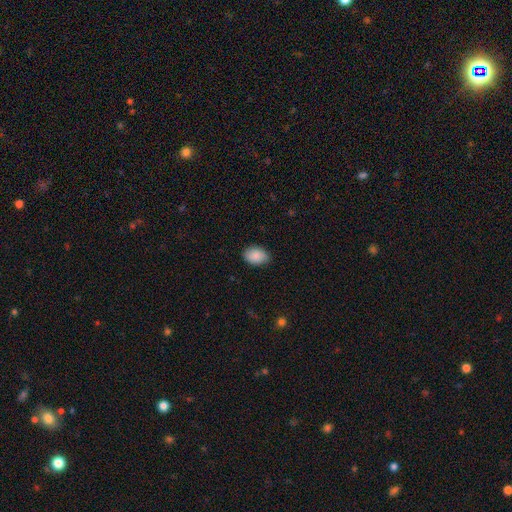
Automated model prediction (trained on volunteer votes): A smooth galaxy with no disk features (89%) that is in between round and cigar-shaped (86%).

Vote fractions:
- Smooth or featured? smooth: 89% / star or artifact: 7% / featured or disk: 4%
- How rounded? in between: 86% / round: 13% / cigar-shaped: 1%
- Merging? none: 85% / minor disturbance: 12% / major disturbance: 2% / merger: 1%